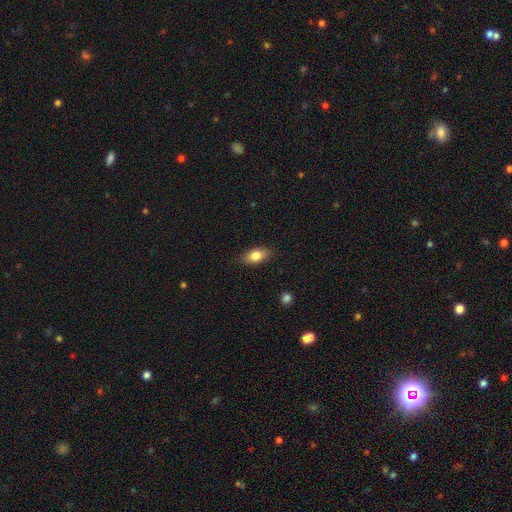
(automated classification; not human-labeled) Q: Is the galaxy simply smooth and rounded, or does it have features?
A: smooth — 80%.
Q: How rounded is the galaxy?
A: in between — 86%.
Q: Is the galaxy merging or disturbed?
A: none — 84%.